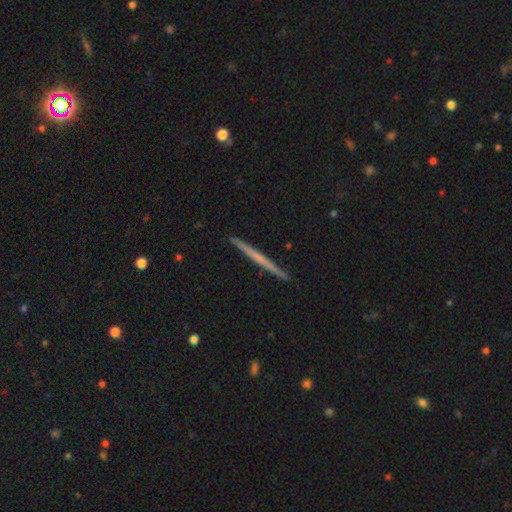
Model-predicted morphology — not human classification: Smooth or featured: featured or disk — 58% (smooth — 36%)
Edge-on disk: yes — 98% (no — 2%)
Edge-on bulge: none — 79% (rounded — 17%)
Merging: none — 93% (minor disturbance — 5%)